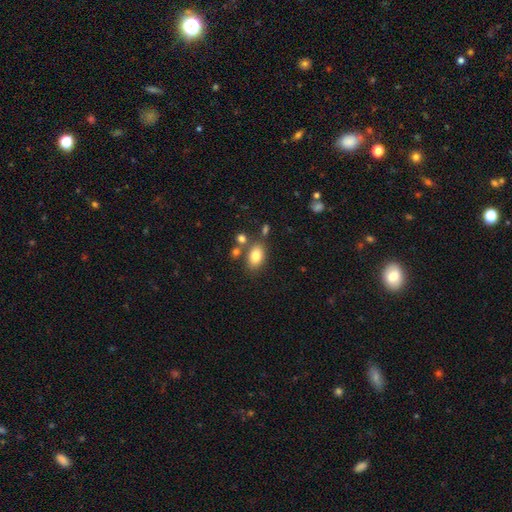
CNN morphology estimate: smooth 81%, featured or disk 10%, star or artifact 9%. Down the decision tree: how rounded — in between (85%); merging — none (70%).